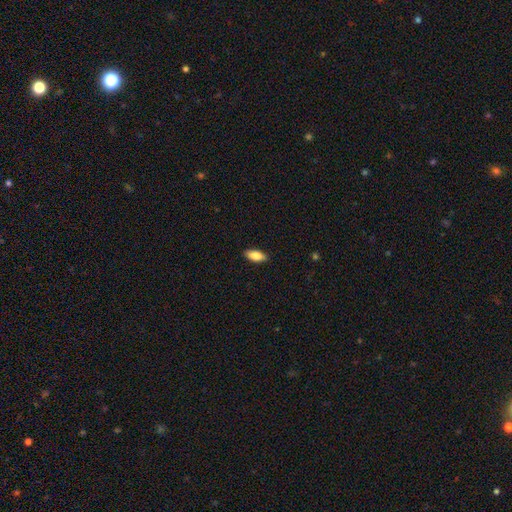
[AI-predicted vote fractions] Q: Smooth or featured?
A: smooth (86%); runner-up: featured or disk (8%)
Q: How rounded?
A: in between (85%); runner-up: cigar-shaped (13%)
Q: Merging?
A: none (89%); runner-up: minor disturbance (9%)